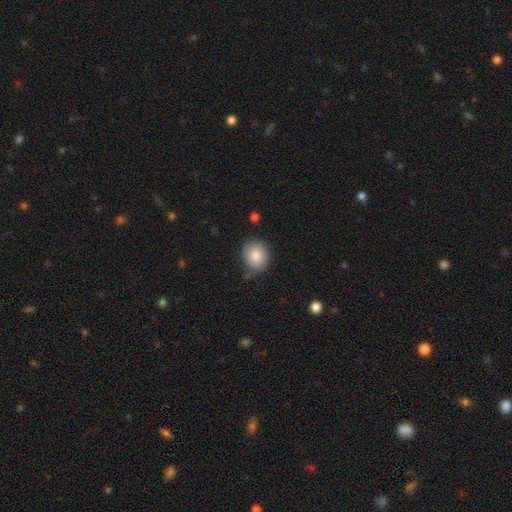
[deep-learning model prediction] This is clearly a smooth galaxy (85%). How rounded: likely round (67%). Merging: likely none (68%).